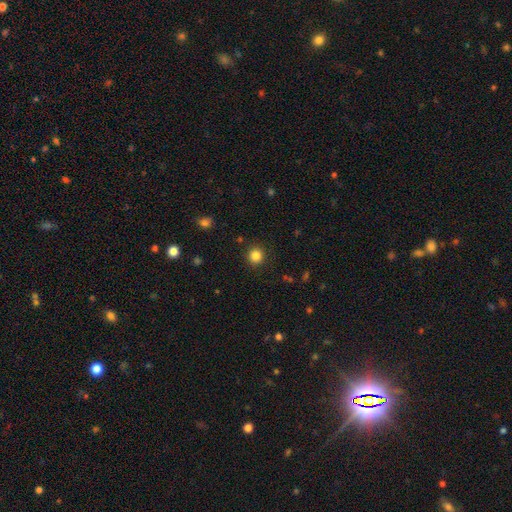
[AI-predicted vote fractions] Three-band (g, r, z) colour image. It shows a smooth galaxy with no disk features (84%) that is round (92%). Merging: none (91%).